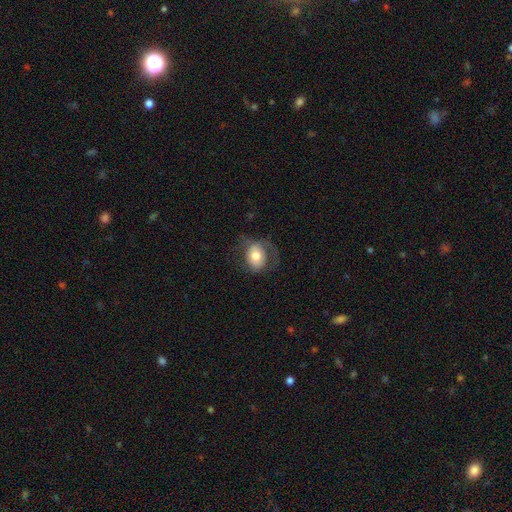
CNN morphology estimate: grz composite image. It shows a smooth galaxy with no disk features (59%) that is round (50%). Merging: none (46%).